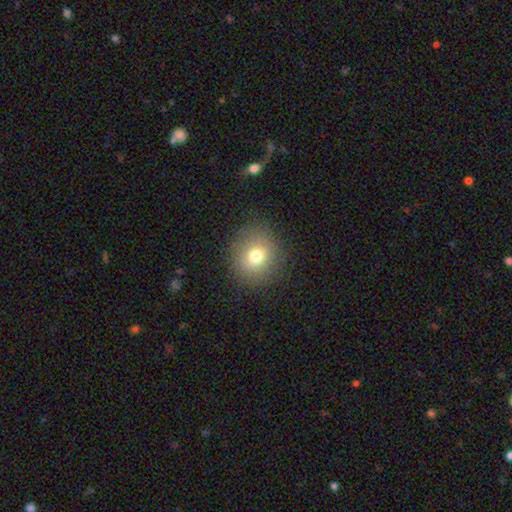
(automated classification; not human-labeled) Morphology: type=smooth (75%); roundness=round (85%); merging=none (86%).